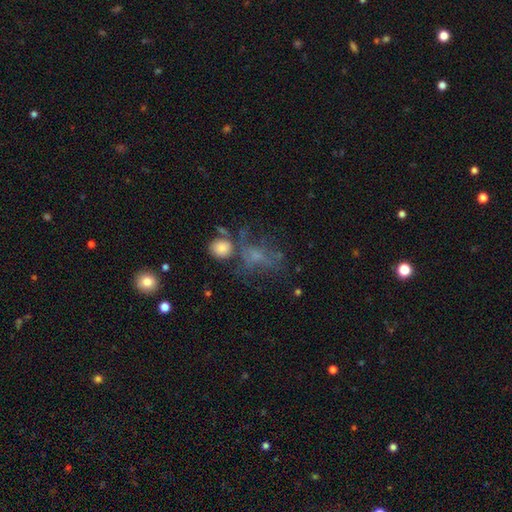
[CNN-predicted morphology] smooth_or_featured: smooth (p=0.39) [alt: featured or disk p=0.38]
merging: none (p=0.38) [alt: major disturbance p=0.28]